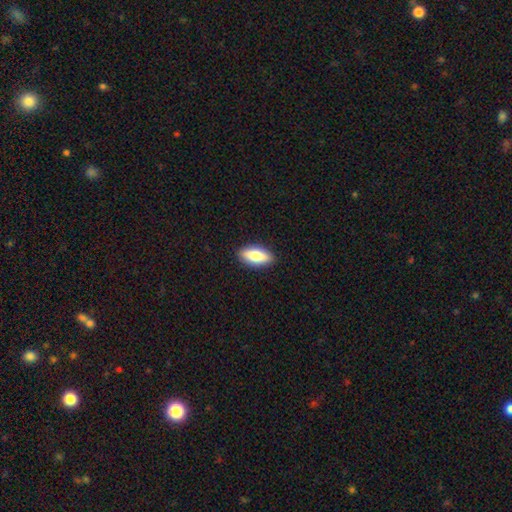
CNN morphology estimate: Overall: smooth (73%). How rounded: in between (80%). Merging: none (90%).